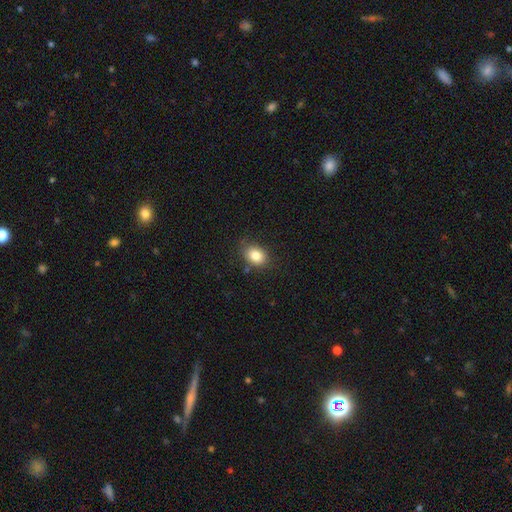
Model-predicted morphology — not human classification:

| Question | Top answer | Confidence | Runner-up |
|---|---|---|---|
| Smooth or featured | smooth | 84% | star or artifact (9%) |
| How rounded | in between | 68% | round (30%) |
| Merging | none | 79% | minor disturbance (15%) |